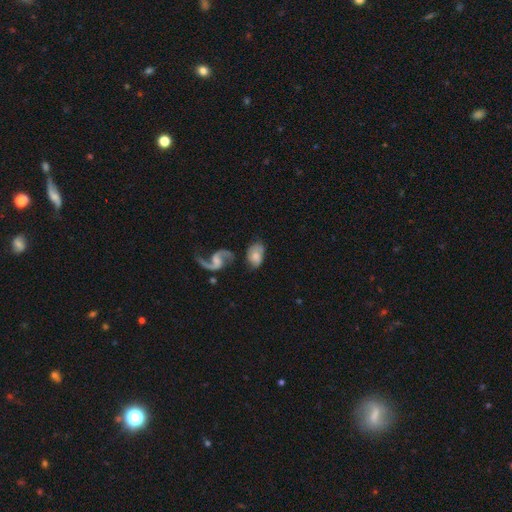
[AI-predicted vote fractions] The model was most divided on "smooth or featured": featured or disk: 47%, smooth: 45%, star or artifact: 8%. Remaining: merging — none (47%).